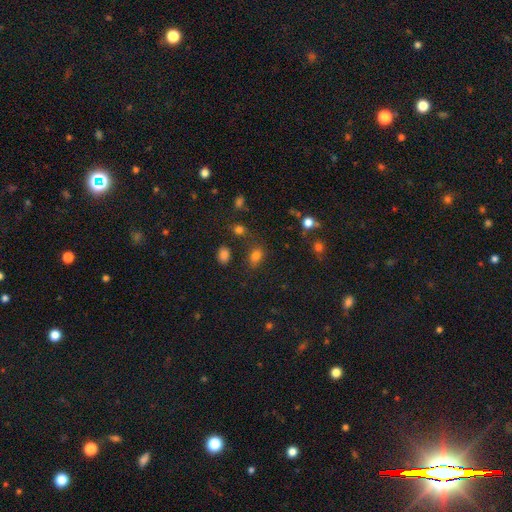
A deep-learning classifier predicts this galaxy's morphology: smooth-or-featured: smooth: 78% | star or artifact: 15% | featured or disk: 7%
  how-rounded: in between: 76% | round: 22% | cigar-shaped: 2%
  merging: none: 68% | minor disturbance: 18% | merger: 7% | major disturbance: 6%